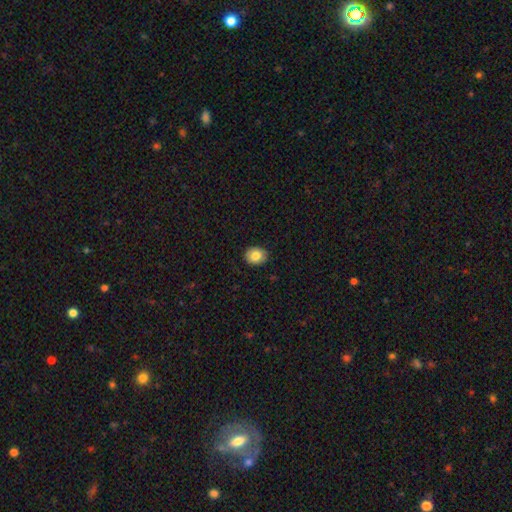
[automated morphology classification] smooth-or-featured: smooth: 82% | featured or disk: 10% | star or artifact: 8%
  how-rounded: round: 63% | in between: 37% | cigar-shaped: 1%
  merging: none: 89% | minor disturbance: 8% | major disturbance: 2% | merger: 1%